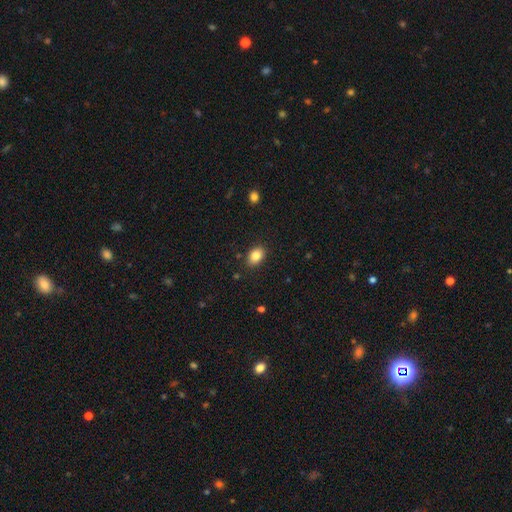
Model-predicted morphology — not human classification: This appears to be a smooth galaxy with no disk features (85%) that is in between round and cigar-shaped (84%). Merging: none (87%).